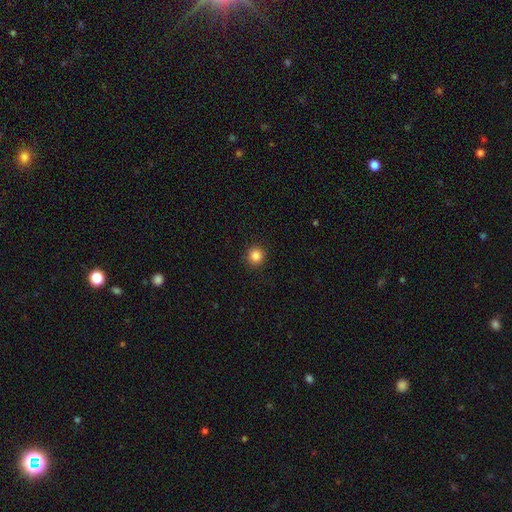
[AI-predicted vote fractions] smooth 85%, star or artifact 11%, featured or disk 4%. Down the decision tree: how rounded — round (94%); merging — none (92%).